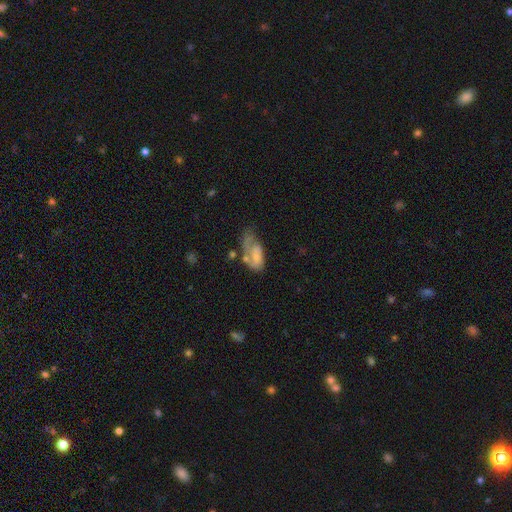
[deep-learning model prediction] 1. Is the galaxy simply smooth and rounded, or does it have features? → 49% smooth, 43% featured or disk, 8% star or artifact.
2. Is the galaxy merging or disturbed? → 38% major disturbance, 25% minor disturbance, 24% none, 13% merger.